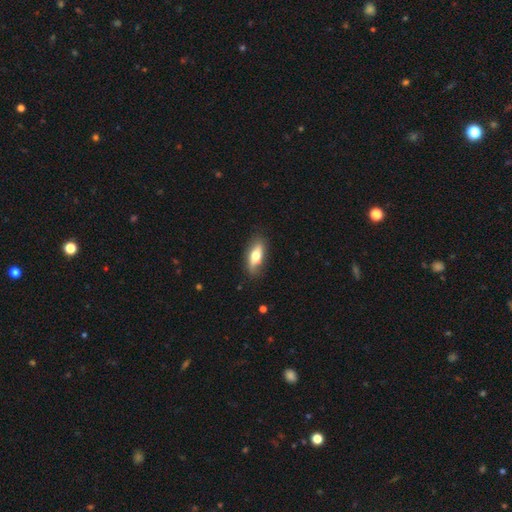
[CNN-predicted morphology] Q: Smooth or featured?
A: smooth (59%); runner-up: featured or disk (35%)
Q: How rounded?
A: in between (75%); runner-up: cigar-shaped (21%)
Q: Merging?
A: none (77%); runner-up: minor disturbance (18%)